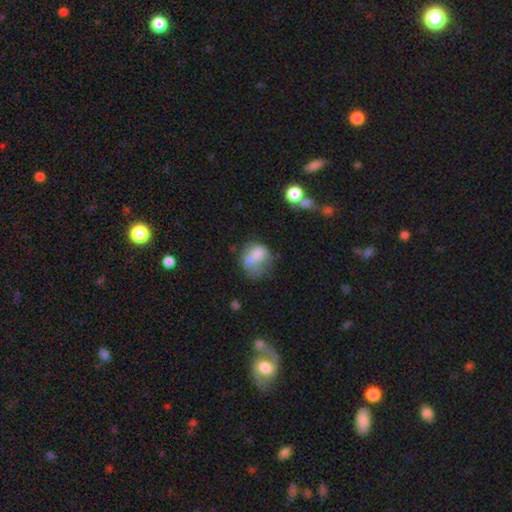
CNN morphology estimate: Smooth or featured? smooth (62%)
How rounded? round (53%)
Merging? none (30%)